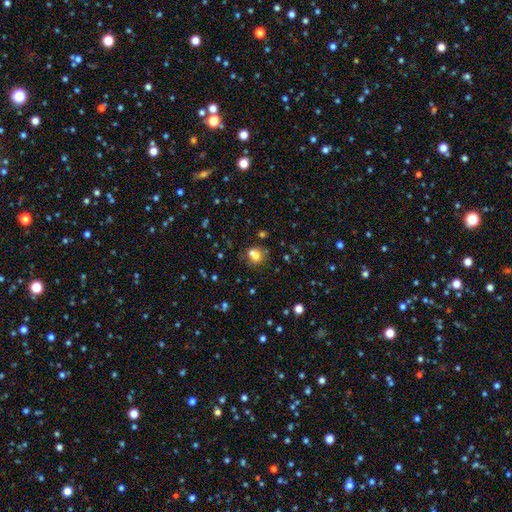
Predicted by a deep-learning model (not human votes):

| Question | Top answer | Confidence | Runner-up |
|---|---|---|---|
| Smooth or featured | smooth | 69% | star or artifact (17%) |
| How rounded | round | 58% | in between (41%) |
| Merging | none | 45% | merger (36%) |